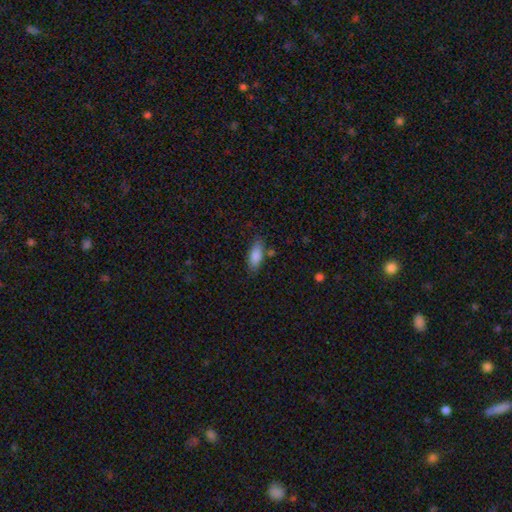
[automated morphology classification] This appears to be a smooth galaxy with no disk features (86%) that is in between round and cigar-shaped (79%). Merging: none (76%).